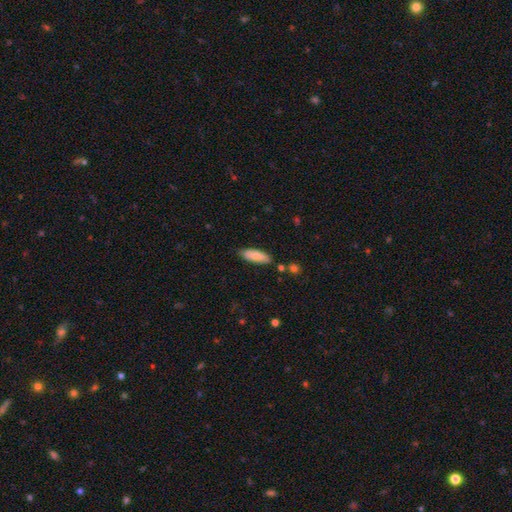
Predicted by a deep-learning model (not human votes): smooth-or-featured: smooth: 82% | featured or disk: 12% | star or artifact: 6%
  how-rounded: in between: 64% | cigar-shaped: 35% | round: 2%
  merging: none: 81% | minor disturbance: 14% | merger: 3% | major disturbance: 2%